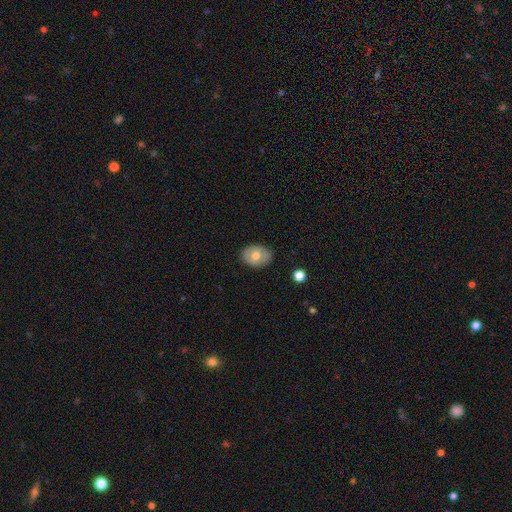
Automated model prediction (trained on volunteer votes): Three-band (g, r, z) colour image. It shows a smooth galaxy with no disk features (58%) that is in between round and cigar-shaped (63%). Merging: none (82%).